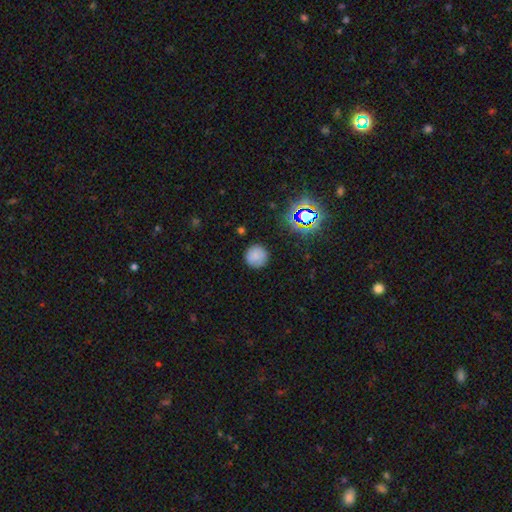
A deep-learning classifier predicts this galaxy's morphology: The model was most divided on "smooth or featured": smooth: 78%, star or artifact: 14%, featured or disk: 8%. More confident: how rounded — round (95%); merging — none (85%).